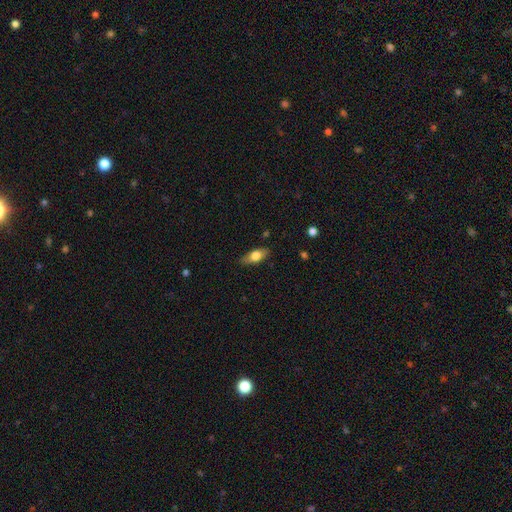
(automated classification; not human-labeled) A smooth galaxy with no disk features (68%) that is in between round and cigar-shaped (78%). Merging: none (84%).